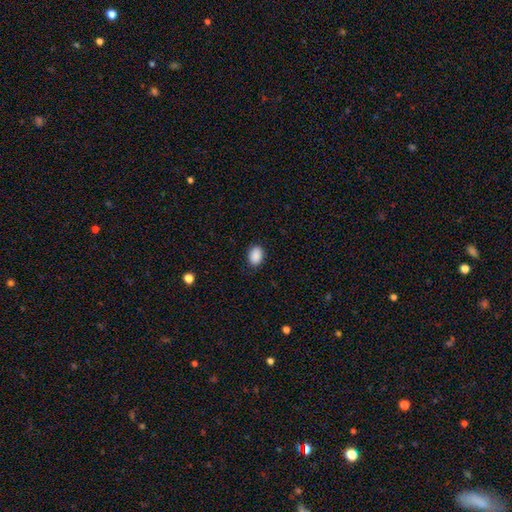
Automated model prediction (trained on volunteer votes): Smooth or featured? smooth (90%)
How rounded? in between (78%)
Merging? none (88%)